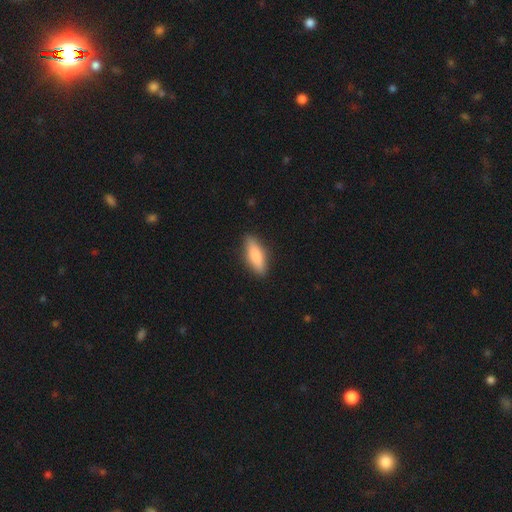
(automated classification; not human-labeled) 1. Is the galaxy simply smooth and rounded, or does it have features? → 81% smooth, 13% featured or disk, 6% star or artifact.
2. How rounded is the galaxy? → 56% in between, 42% cigar-shaped, 2% round.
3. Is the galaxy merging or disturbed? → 87% none, 10% minor disturbance, 2% major disturbance, 1% merger.